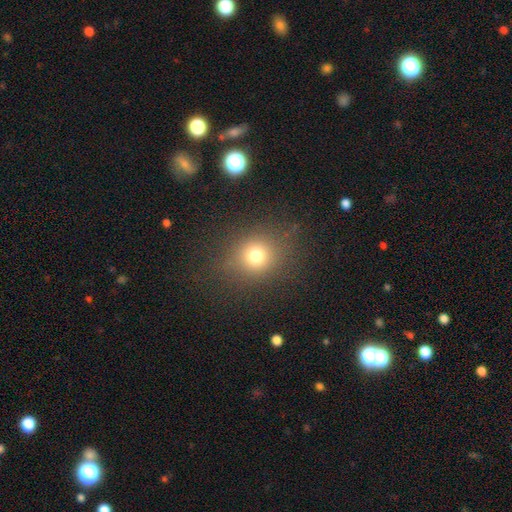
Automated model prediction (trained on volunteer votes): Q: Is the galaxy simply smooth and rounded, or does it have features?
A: smooth — 73%.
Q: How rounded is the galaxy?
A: round — 82%.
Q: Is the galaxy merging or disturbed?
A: none — 83%.